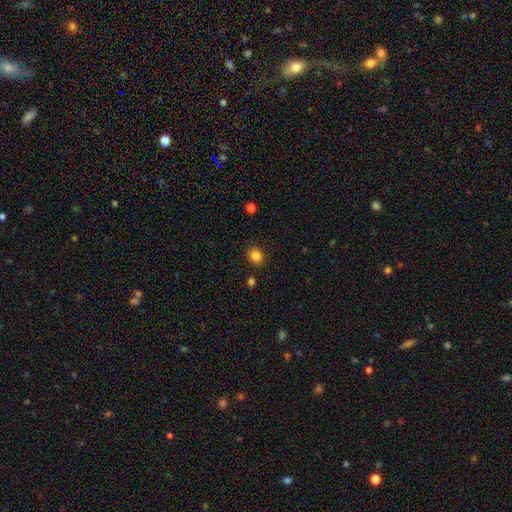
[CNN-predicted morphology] smooth 84%, star or artifact 12%, featured or disk 5%. Down the decision tree: how rounded — round (74%); merging — none (88%).